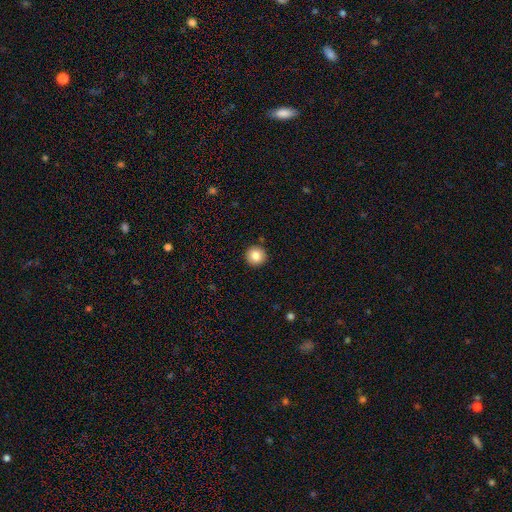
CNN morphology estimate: smooth-or-featured: smooth: 84% | star or artifact: 9% | featured or disk: 7%
  how-rounded: round: 96% | in between: 3% | cigar-shaped: 1%
  merging: none: 92% | minor disturbance: 5% | major disturbance: 2% | merger: 1%